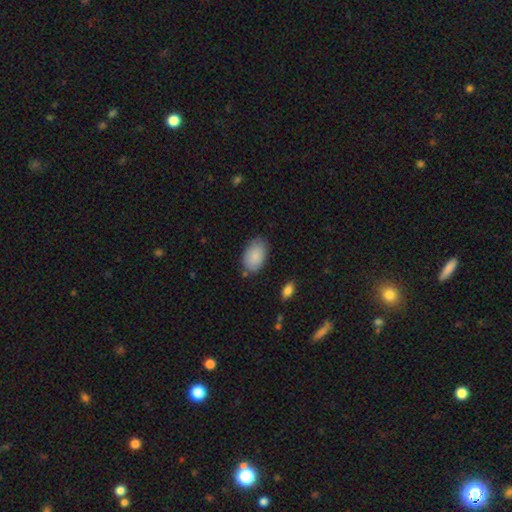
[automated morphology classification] Q: Smooth or featured?
A: smooth (88%); runner-up: star or artifact (6%)
Q: How rounded?
A: in between (92%); runner-up: round (7%)
Q: Merging?
A: none (78%); runner-up: minor disturbance (16%)